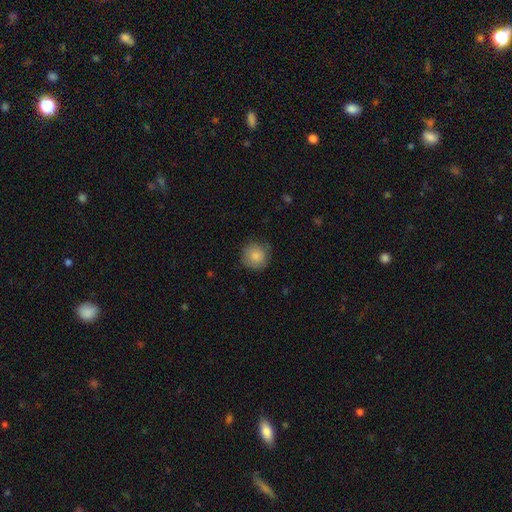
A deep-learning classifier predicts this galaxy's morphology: Smooth or featured? smooth (85%)
How rounded? round (93%)
Merging? none (80%)